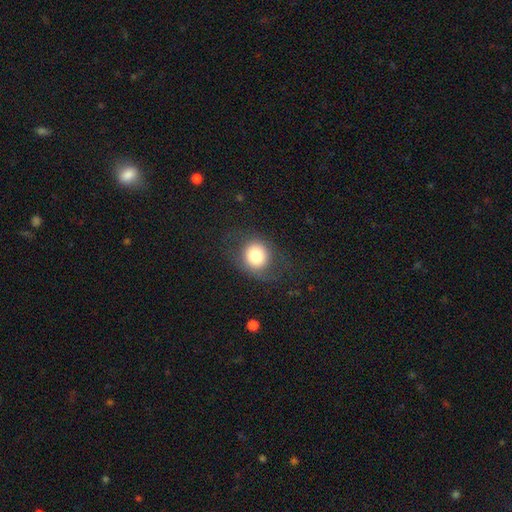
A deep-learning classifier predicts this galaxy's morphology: smooth 75%, featured or disk 15%, star or artifact 10%. Down the decision tree: how rounded — round (75%); merging — none (73%).